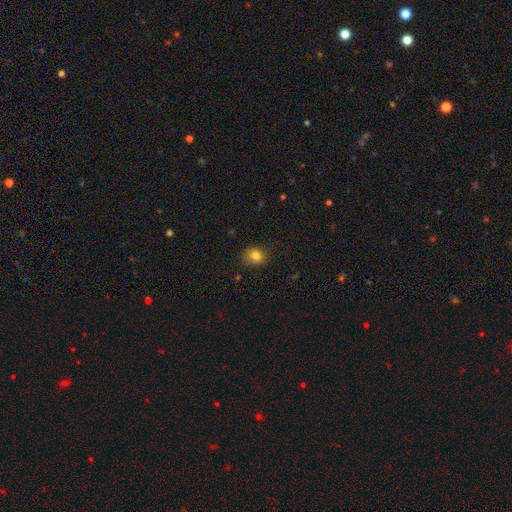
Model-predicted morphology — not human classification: type=smooth (81%); roundness=round (61%); merging=none (82%).